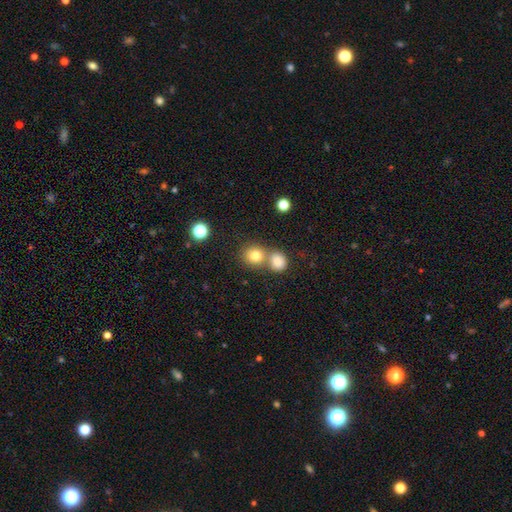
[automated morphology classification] Smooth or featured: smooth — 79% (star or artifact — 13%)
How rounded: round — 84% (in between — 15%)
Merging: none — 53% (merger — 37%)